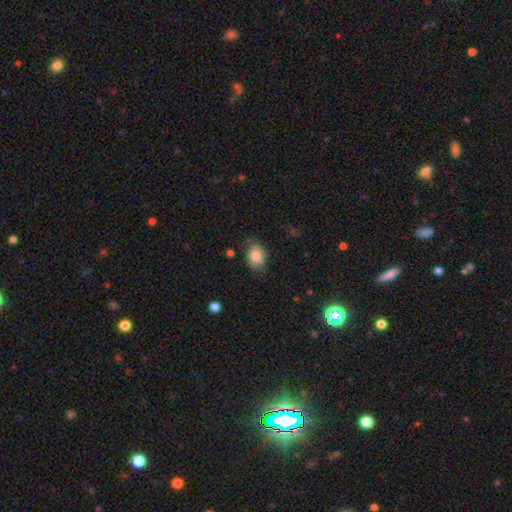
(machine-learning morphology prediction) Smooth or featured? smooth (83%)
How rounded? in between (66%)
Merging? none (70%)